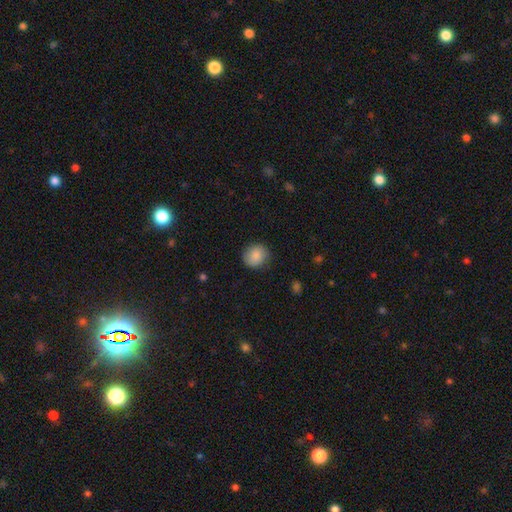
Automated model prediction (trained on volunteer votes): Q: Smooth or featured?
A: smooth (85%); runner-up: featured or disk (7%)
Q: How rounded?
A: round (83%); runner-up: in between (16%)
Q: Merging?
A: none (84%); runner-up: minor disturbance (12%)